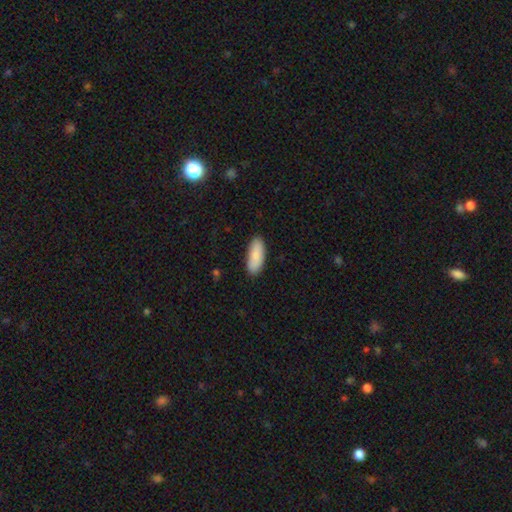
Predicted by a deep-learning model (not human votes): Smooth or featured? smooth (86%)
How rounded? in between (79%)
Merging? none (86%)